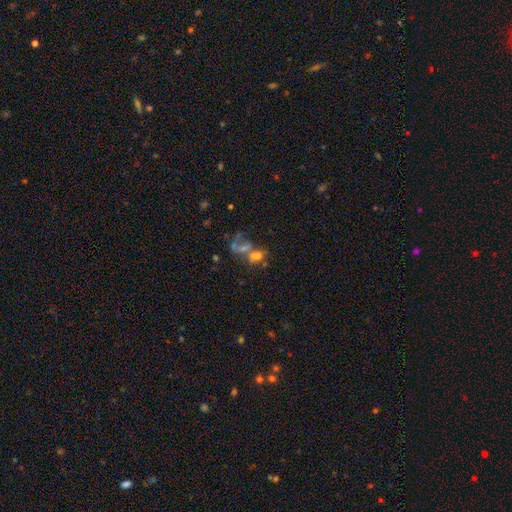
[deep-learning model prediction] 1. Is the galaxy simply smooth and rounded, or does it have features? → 40% featured or disk, 38% smooth, 22% star or artifact.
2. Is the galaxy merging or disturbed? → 54% merger, 20% major disturbance, 18% none, 7% minor disturbance.